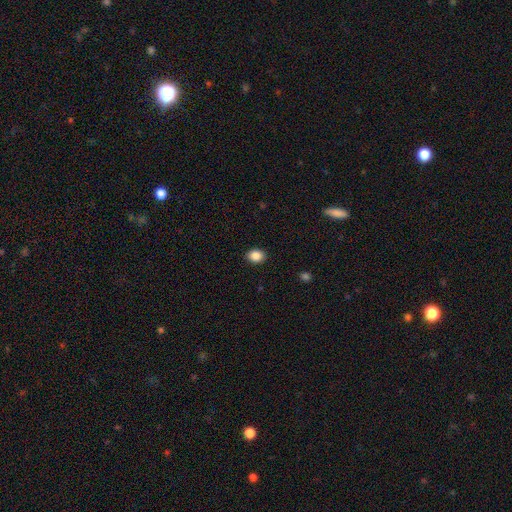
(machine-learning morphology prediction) Overall: smooth (88%). How rounded: in between (58%; round 41%). Merging: none (90%).